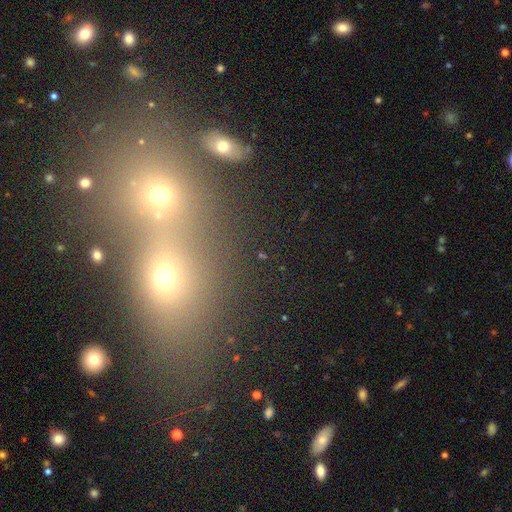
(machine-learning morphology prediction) A smooth galaxy with no disk features (43%). Merging: merger (61%).